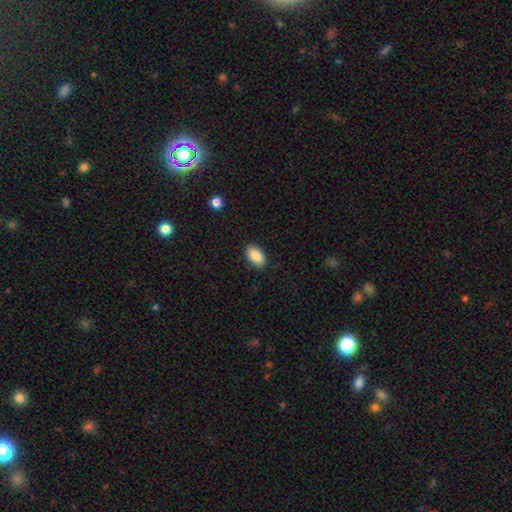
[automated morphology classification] smooth 89%, star or artifact 7%, featured or disk 4%. Down the decision tree: how rounded — in between (94%); merging — none (88%).